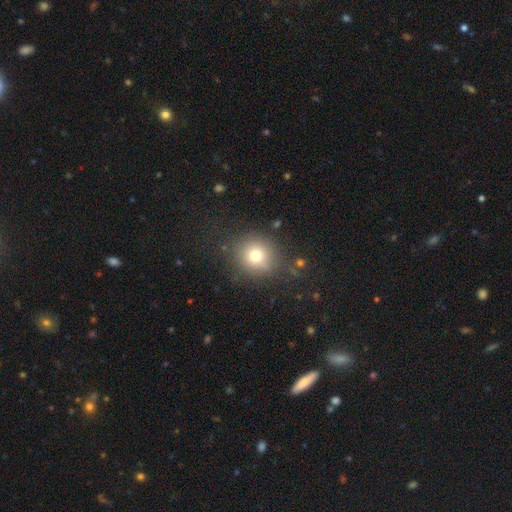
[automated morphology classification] Smooth or featured? smooth (74%)
How rounded? round (87%)
Merging? none (80%)